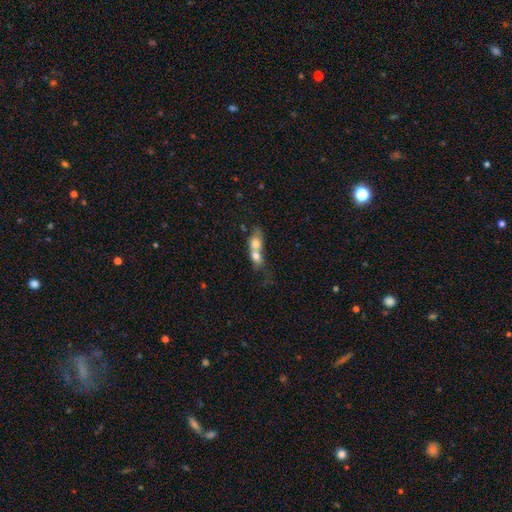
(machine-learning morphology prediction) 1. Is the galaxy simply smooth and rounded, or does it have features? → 68% smooth, 24% featured or disk, 8% star or artifact.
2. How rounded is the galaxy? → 51% in between, 40% round, 9% cigar-shaped.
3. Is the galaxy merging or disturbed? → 79% merger, 11% none, 5% major disturbance, 5% minor disturbance.